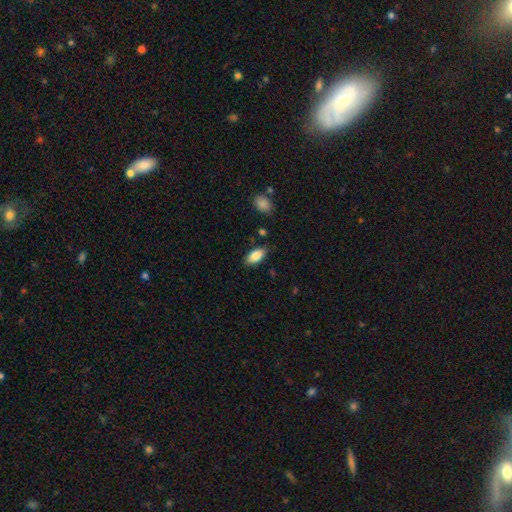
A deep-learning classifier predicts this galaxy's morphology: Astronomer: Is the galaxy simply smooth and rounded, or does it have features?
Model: smooth — 87%.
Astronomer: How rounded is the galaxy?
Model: in between — 92%.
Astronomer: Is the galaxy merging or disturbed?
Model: none — 84%.